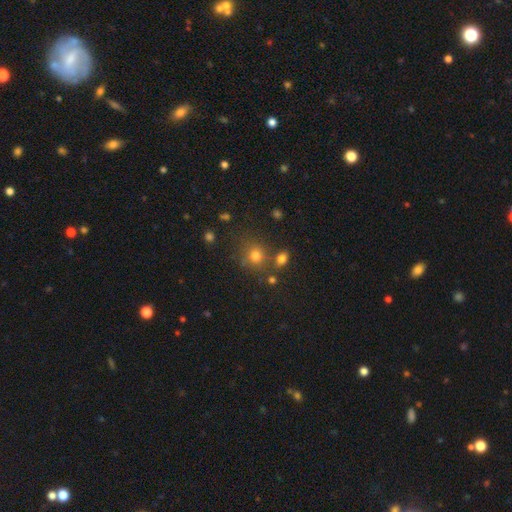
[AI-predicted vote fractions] smooth 74%, star or artifact 18%, featured or disk 9%. Down the decision tree: how rounded — round (82%); merging — none (68%).